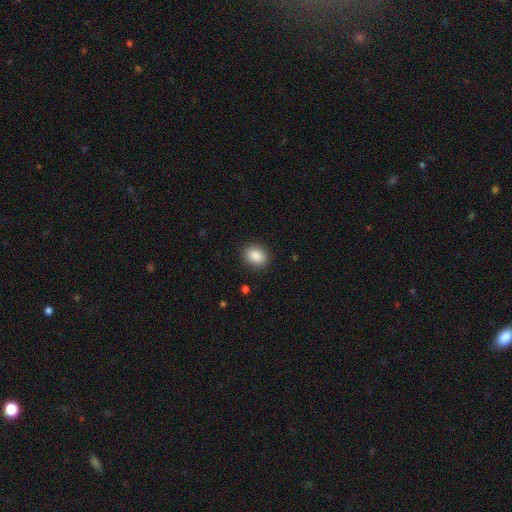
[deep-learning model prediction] Smooth or featured? smooth (88%)
How rounded? in between (61%)
Merging? none (89%)